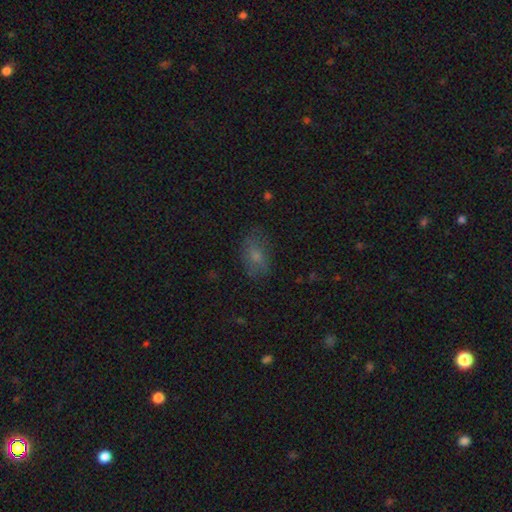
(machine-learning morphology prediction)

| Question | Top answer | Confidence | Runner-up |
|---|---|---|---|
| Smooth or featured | smooth | 68% | featured or disk (19%) |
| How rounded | in between | 85% | round (12%) |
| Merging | none | 74% | minor disturbance (19%) |